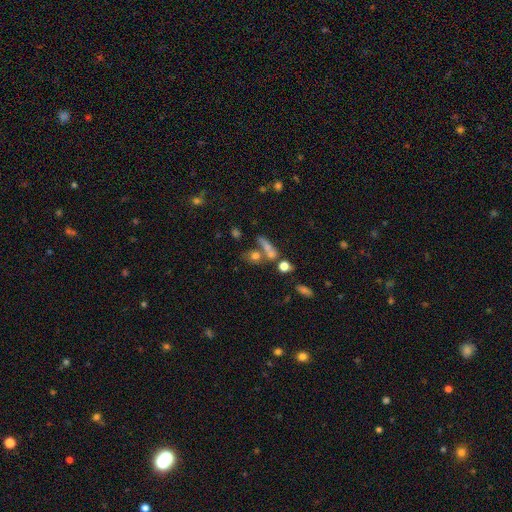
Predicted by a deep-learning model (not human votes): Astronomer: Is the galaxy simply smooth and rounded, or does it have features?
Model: smooth — 66%.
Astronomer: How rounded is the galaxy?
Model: round — 53% (runner-up: in between, 32%).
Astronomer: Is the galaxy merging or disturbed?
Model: none — 44% (runner-up: merger, 35%).